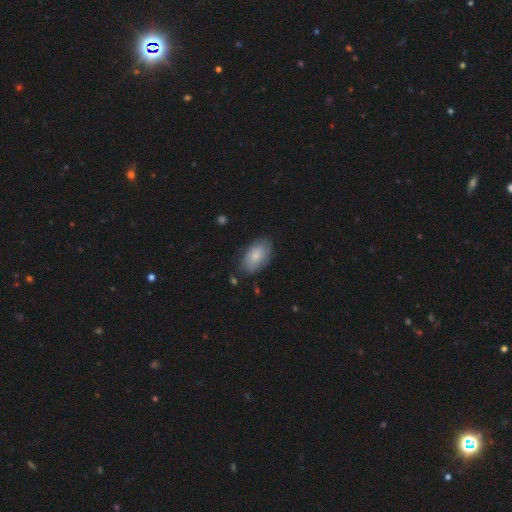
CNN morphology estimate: The model was most divided on "merging": none: 76%, minor disturbance: 18%, major disturbance: 4%, merger: 2%. More confident: how rounded — in between (94%); smooth or featured — smooth (78%).